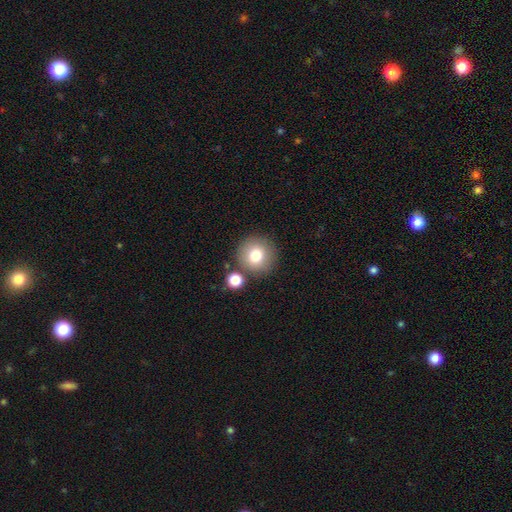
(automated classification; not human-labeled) This appears to be a smooth galaxy with no disk features (78%) that is round (94%). Merging: none (78%).